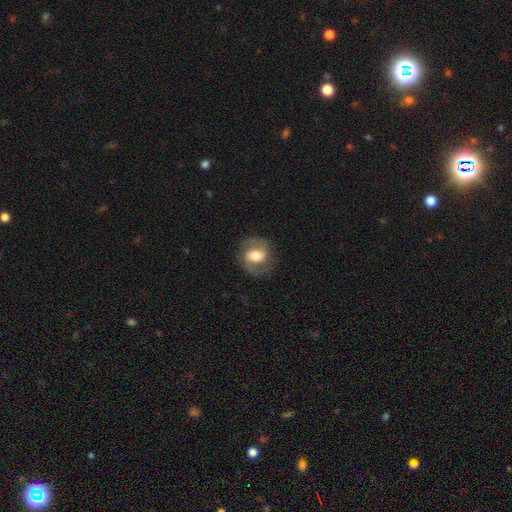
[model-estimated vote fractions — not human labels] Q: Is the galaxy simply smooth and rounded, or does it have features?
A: featured or disk — 72%.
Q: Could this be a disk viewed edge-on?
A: no — 97%.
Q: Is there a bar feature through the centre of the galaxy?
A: weak — 44%.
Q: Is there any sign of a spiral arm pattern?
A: yes — 88%.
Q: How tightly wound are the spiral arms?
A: medium — 53%.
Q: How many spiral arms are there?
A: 2 — 90%.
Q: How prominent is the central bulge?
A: moderate — 58%.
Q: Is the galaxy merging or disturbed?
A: none — 81%.